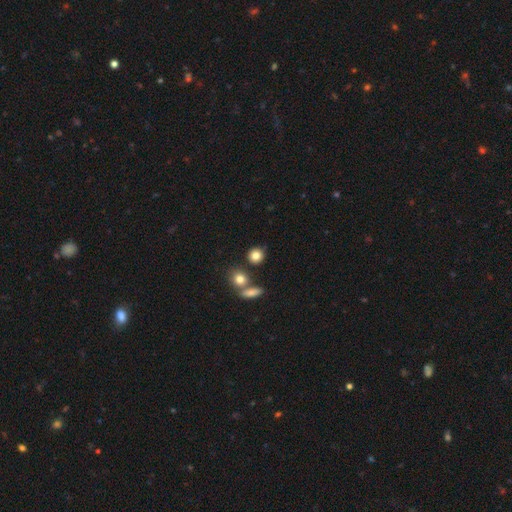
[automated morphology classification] Smooth or featured? Predicted: smooth (p=0.82). How rounded? Predicted: round (p=0.86). Merging? Predicted: none (p=0.77).